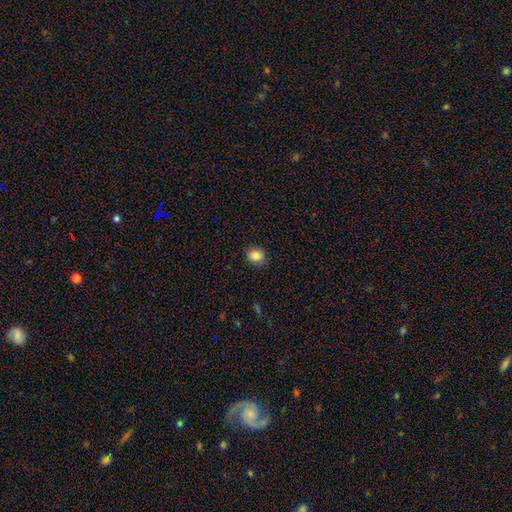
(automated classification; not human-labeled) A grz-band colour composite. It shows a smooth galaxy with no disk features (85%) that is round (68%). Merging: none (86%).